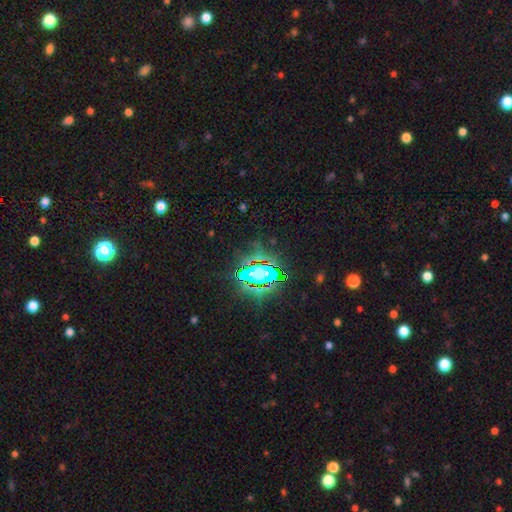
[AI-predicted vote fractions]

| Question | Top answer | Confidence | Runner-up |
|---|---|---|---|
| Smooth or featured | star or artifact | 82% | smooth (10%) |